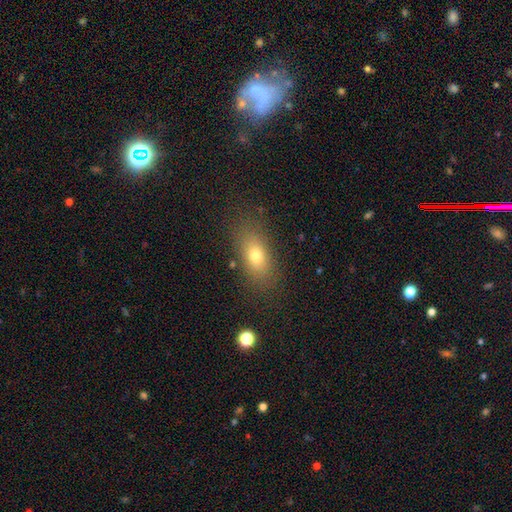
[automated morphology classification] The model was most divided on "smooth or featured": smooth: 73%, featured or disk: 15%, star or artifact: 12%. More confident: merging — none (81%); how rounded — in between (80%).